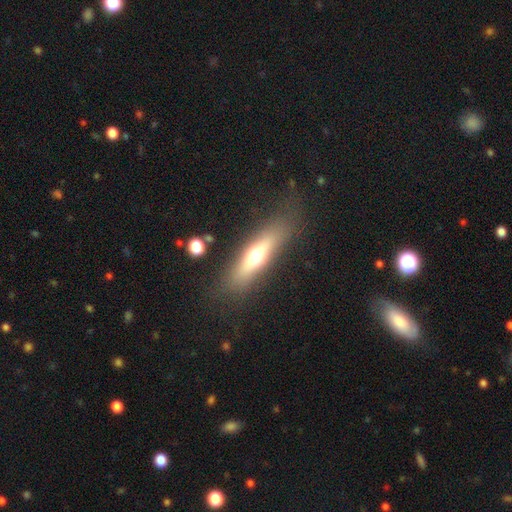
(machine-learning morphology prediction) Smooth or featured? Predicted: smooth (p=0.52). How rounded? Predicted: cigar-shaped (p=0.67). Merging? Predicted: none (p=0.80).